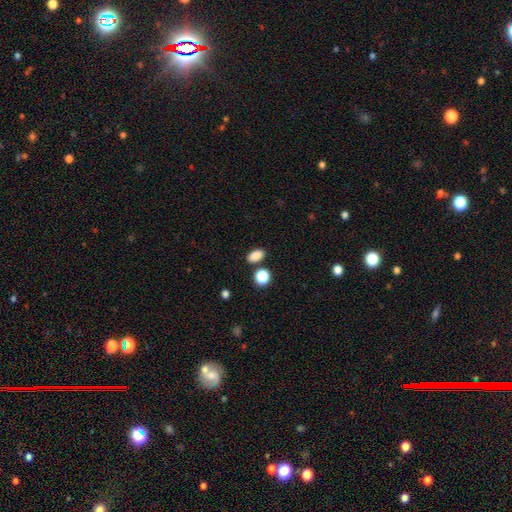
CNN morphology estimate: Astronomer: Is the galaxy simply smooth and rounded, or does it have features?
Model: smooth — 86%.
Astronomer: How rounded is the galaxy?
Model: in between — 85%.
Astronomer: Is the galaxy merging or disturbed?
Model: none — 81%.